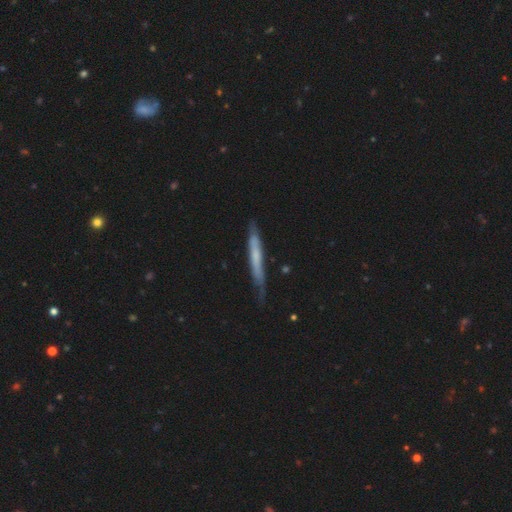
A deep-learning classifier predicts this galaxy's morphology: The model was most divided on "smooth or featured" (2-way tie): featured or disk: 47%, smooth: 47%, star or artifact: 6%. More confident: merging — none (64%).